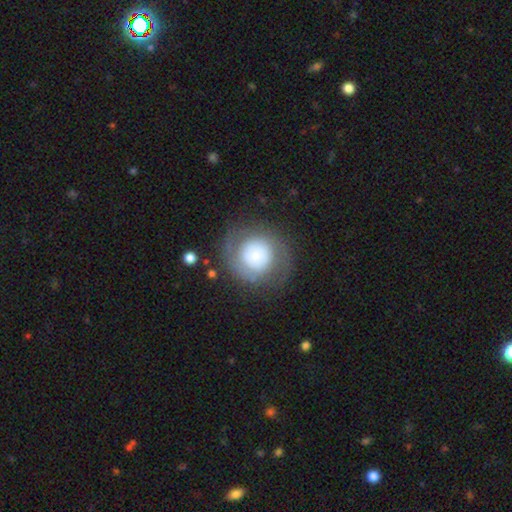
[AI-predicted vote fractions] smooth_or_featured: smooth (p=0.54) [alt: featured or disk p=0.37]
how_rounded: round (p=0.89) [alt: in between p=0.10]
merging: none (p=0.67) [alt: minor disturbance p=0.16]